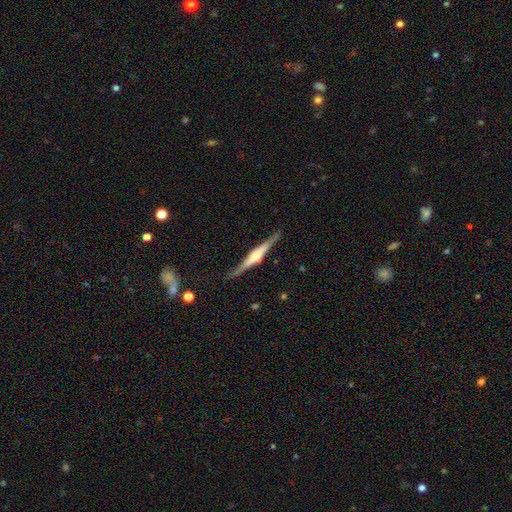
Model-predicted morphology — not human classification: A featured or disk galaxy (76%) viewed edge-on (98%) with a rounded central bulge (72%).

Vote fractions:
- Smooth or featured? featured or disk: 76% / smooth: 19% / star or artifact: 5%
- Edge-on disk? yes: 98% / no: 2%
- Edge-on bulge? rounded: 72% / boxy: 20% / none: 8%
- Merging? none: 88% / minor disturbance: 9% / major disturbance: 2% / merger: 1%